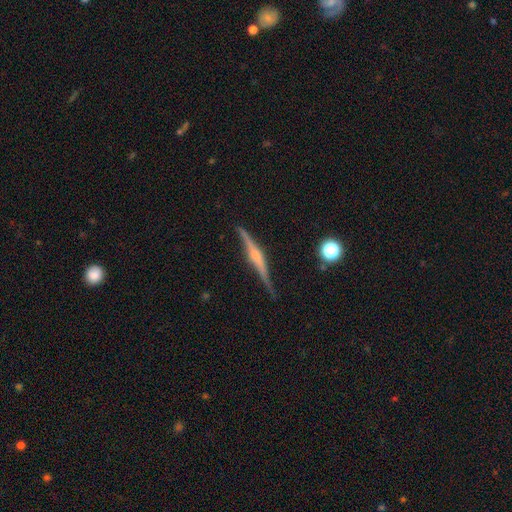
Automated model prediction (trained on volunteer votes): Smooth or featured? featured or disk (82%)
Edge-on disk? yes (98%)
Edge-on bulge? rounded (80%)
Merging? none (86%)